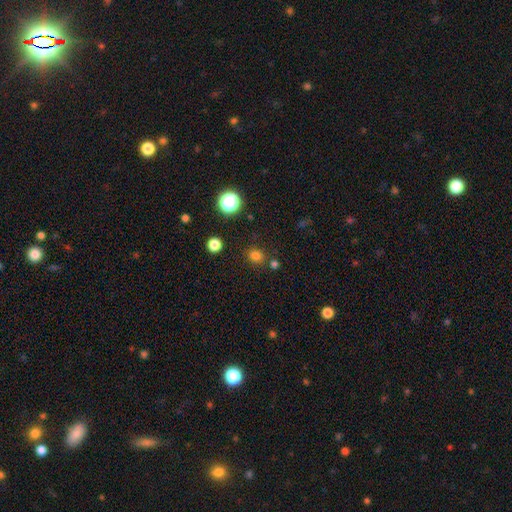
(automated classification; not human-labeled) This appears to be a smooth galaxy with no disk features (76%) that is round (77%). Merging: none (80%).